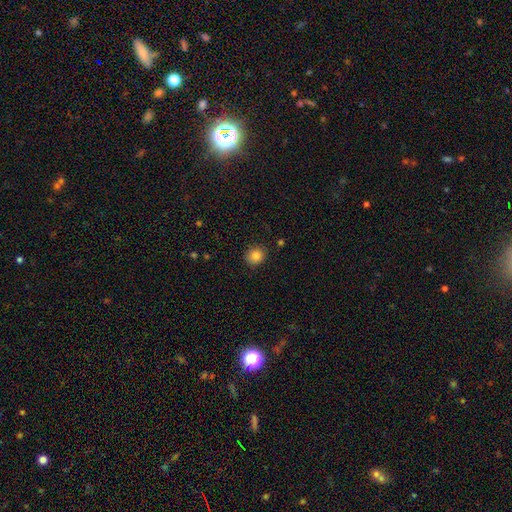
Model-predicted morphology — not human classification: smooth-or-featured: smooth: 84% | star or artifact: 10% | featured or disk: 6%
  how-rounded: round: 84% | in between: 15% | cigar-shaped: 1%
  merging: none: 88% | minor disturbance: 9% | major disturbance: 2% | merger: 1%